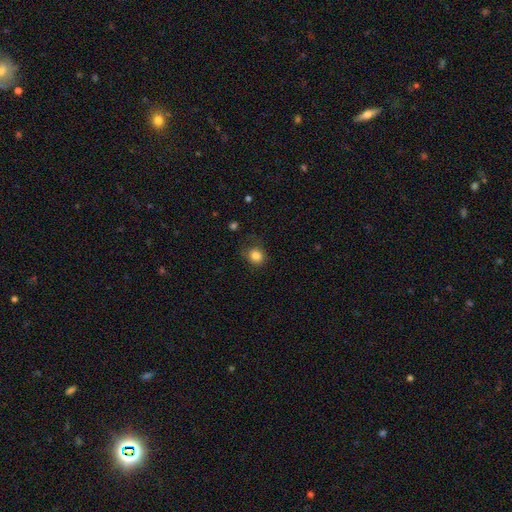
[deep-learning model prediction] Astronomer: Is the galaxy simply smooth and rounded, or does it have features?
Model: smooth — 84%.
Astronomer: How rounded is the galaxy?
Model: round — 75%.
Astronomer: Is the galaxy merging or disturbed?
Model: none — 74%.